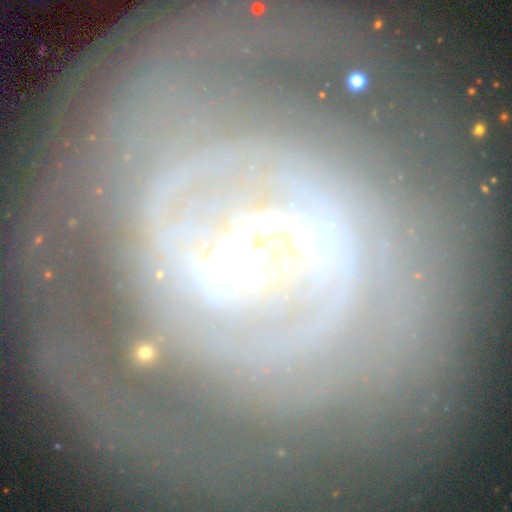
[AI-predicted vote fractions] This is clearly a featured or disk galaxy (86%). It is clearly not viewed edge-on (95%). Bar: marginally strong (41%). Spiral arm pattern: likely yes (79%). Spiral arm count: possibly 2 (51%). Spiral winding: possibly tight (54%). Central bulge: likely moderate (60%). Merging: likely none (63%).